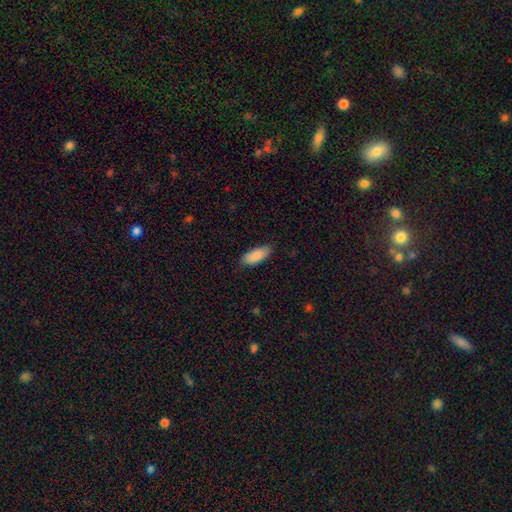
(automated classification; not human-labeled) smooth-or-featured: smooth: 89% | star or artifact: 6% | featured or disk: 6%
  how-rounded: in between: 82% | cigar-shaped: 16% | round: 2%
  merging: none: 82% | minor disturbance: 15% | major disturbance: 3% | merger: 1%